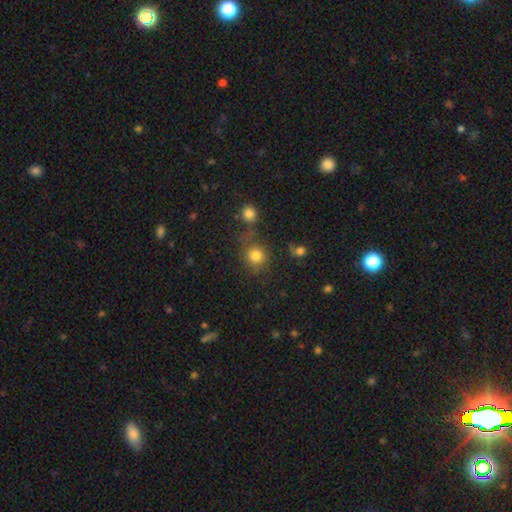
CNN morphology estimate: smooth-or-featured: smooth: 80% | star or artifact: 12% | featured or disk: 7%
  how-rounded: round: 84% | in between: 15% | cigar-shaped: 1%
  merging: none: 65% | minor disturbance: 14% | merger: 13% | major disturbance: 7%